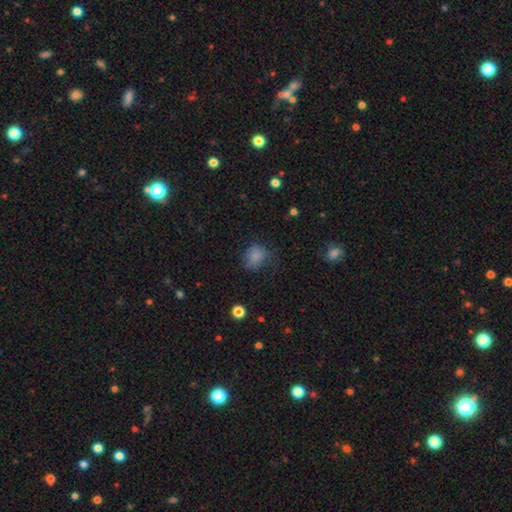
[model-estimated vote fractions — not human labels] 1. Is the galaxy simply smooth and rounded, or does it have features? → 77% smooth, 13% star or artifact, 10% featured or disk.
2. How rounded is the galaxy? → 54% round, 45% in between, 1% cigar-shaped.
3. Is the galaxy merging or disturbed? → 51% none, 29% minor disturbance, 18% major disturbance, 2% merger.